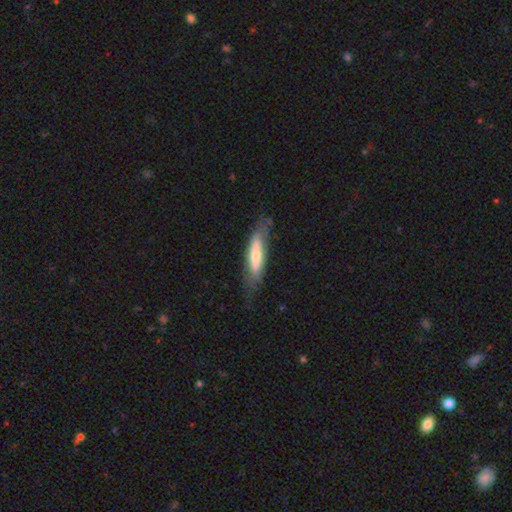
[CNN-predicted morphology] The model was most divided on "smooth or featured": smooth: 49%, featured or disk: 45%, star or artifact: 6%. More confident: merging — none (60%).